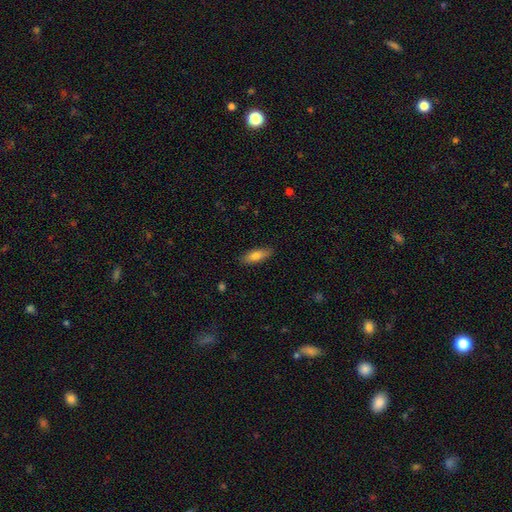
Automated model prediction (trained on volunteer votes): smooth-or-featured: smooth: 76% | featured or disk: 18% | star or artifact: 7%
  how-rounded: in between: 61% | cigar-shaped: 37% | round: 2%
  merging: none: 87% | minor disturbance: 10% | major disturbance: 2% | merger: 1%